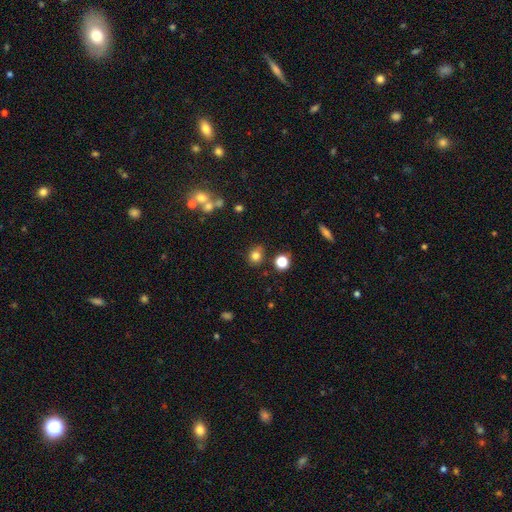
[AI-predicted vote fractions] Q: Smooth or featured?
A: smooth (79%); runner-up: star or artifact (14%)
Q: How rounded?
A: round (73%); runner-up: in between (26%)
Q: Merging?
A: none (80%); runner-up: minor disturbance (12%)